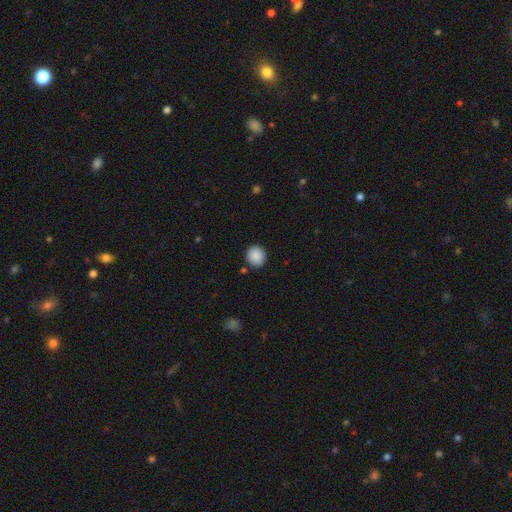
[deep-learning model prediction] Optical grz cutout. It shows a smooth galaxy with no disk features (89%) that is round (80%). Merging: none (88%).